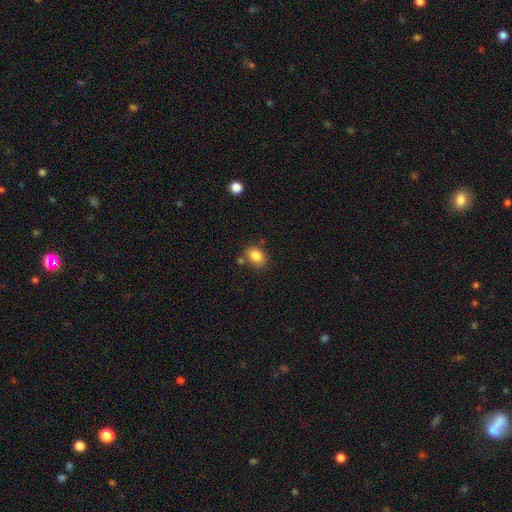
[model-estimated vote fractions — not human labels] Smooth or featured? Predicted: smooth (p=0.85). How rounded? Predicted: in between (p=0.69). Merging? Predicted: none (p=0.71).